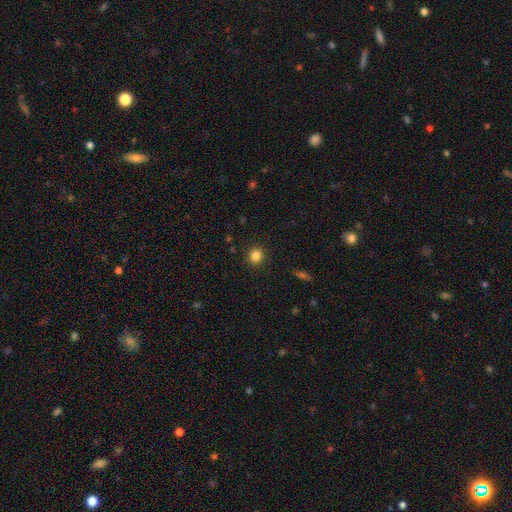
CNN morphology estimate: The model was most divided on "smooth or featured": smooth: 84%, star or artifact: 12%, featured or disk: 4%. More confident: merging — none (91%); how rounded — round (86%).